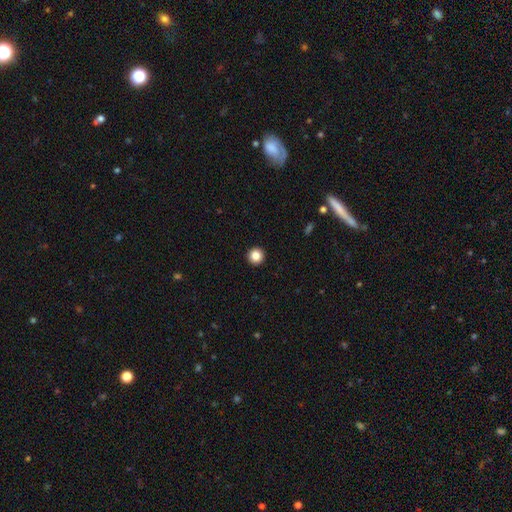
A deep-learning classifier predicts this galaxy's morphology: Smooth or featured?
  - smooth: 86% *
  - star or artifact: 10%
  - featured or disk: 4%
How rounded?
  - round: 96% *
  - in between: 3%
  - cigar-shaped: 1%
Merging?
  - none: 94% *
  - minor disturbance: 4%
  - major disturbance: 1%
  - merger: 1%